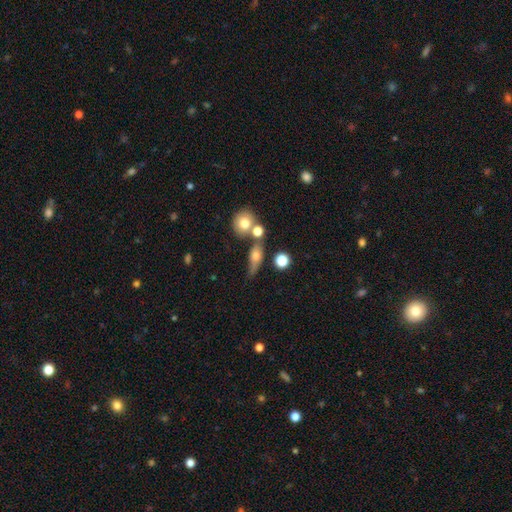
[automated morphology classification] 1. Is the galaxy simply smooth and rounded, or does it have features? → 62% smooth, 27% featured or disk, 11% star or artifact.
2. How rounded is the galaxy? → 50% in between, 26% round, 24% cigar-shaped.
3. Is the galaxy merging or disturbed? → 54% none, 21% merger, 18% minor disturbance, 8% major disturbance.